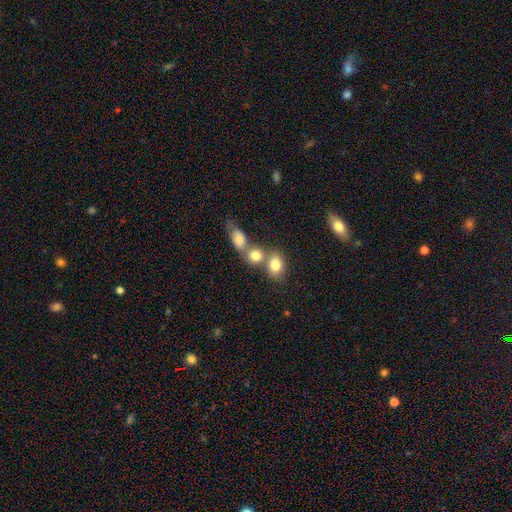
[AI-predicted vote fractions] smooth 79%, featured or disk 10%, star or artifact 10%. Down the decision tree: how rounded — round (55%); merging — merger (50%).